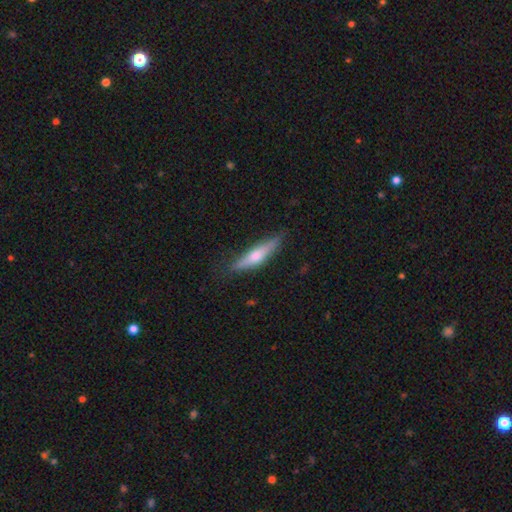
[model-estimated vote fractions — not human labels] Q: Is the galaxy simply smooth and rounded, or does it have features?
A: smooth — 51%.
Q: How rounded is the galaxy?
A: cigar-shaped — 81%.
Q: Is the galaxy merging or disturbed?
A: none — 82%.